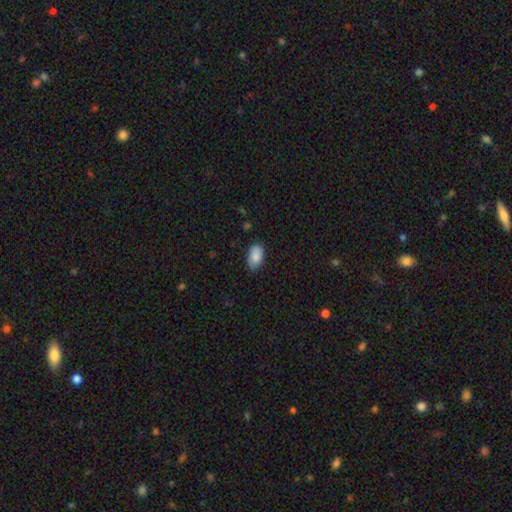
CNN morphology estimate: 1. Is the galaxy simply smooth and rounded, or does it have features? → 87% smooth, 7% star or artifact, 6% featured or disk.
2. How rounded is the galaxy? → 93% in between, 6% round, 2% cigar-shaped.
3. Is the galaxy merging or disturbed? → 78% none, 18% minor disturbance, 3% major disturbance, 1% merger.